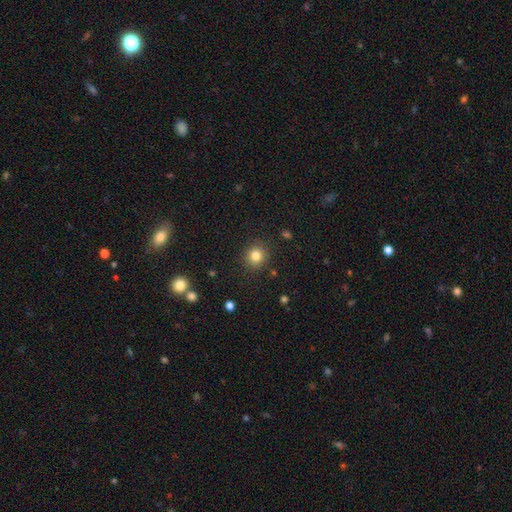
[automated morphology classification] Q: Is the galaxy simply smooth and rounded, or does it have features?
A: smooth — 81%.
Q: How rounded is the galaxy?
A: round — 89%.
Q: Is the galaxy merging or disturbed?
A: none — 89%.